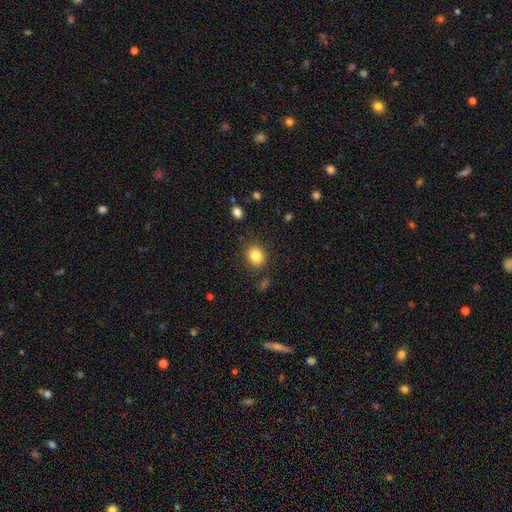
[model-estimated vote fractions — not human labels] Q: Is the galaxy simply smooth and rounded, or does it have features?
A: smooth — 84%.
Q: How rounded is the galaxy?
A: round — 74%.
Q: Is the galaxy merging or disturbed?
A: none — 85%.